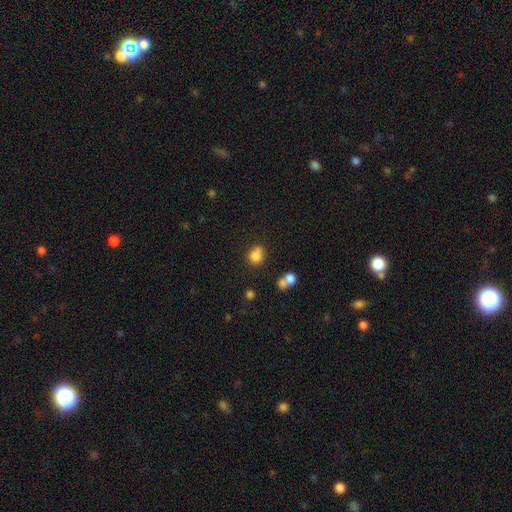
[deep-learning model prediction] This is likely a smooth galaxy (80%). How rounded: likely round (72%). Merging: possibly none (53%).